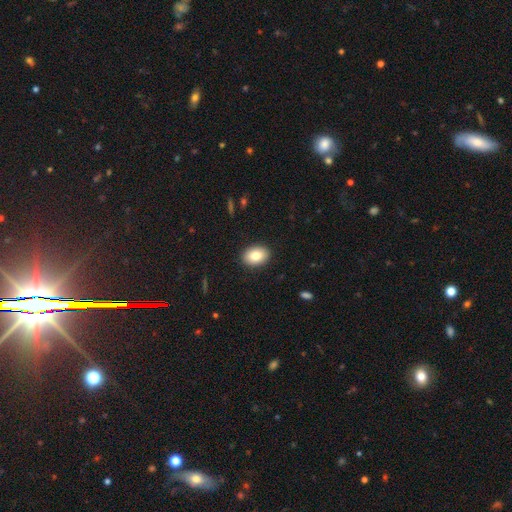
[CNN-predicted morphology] A smooth galaxy with no disk features (82%) that is in between round and cigar-shaped (75%). Merging: none (90%).